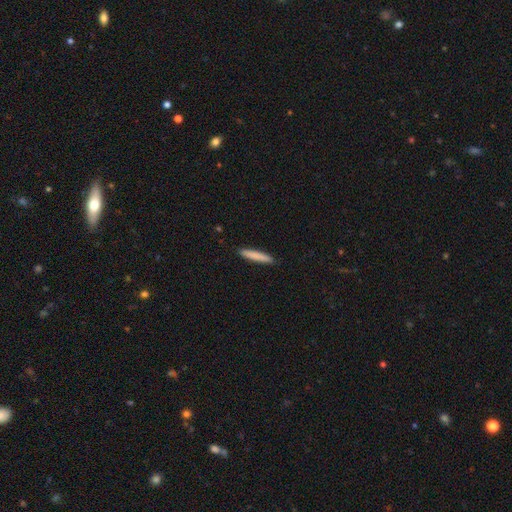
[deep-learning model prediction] Morphology: type=smooth (82%); roundness=cigar-shaped (93%); merging=none (91%).